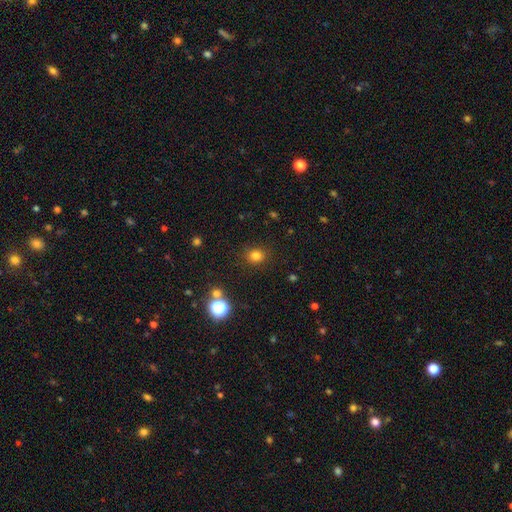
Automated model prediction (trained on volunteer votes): A smooth galaxy with no disk features (79%) that is round (69%).

Vote fractions:
- Smooth or featured? smooth: 79% / star or artifact: 16% / featured or disk: 5%
- How rounded? round: 69% / in between: 30% / cigar-shaped: 1%
- Merging? none: 87% / minor disturbance: 8% / major disturbance: 3% / merger: 2%